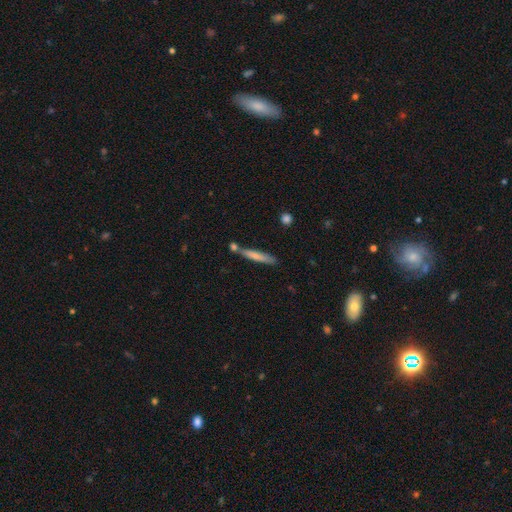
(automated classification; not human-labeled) smooth 66%, featured or disk 28%, star or artifact 6%. Down the decision tree: how rounded — cigar-shaped (93%); merging — none (68%).